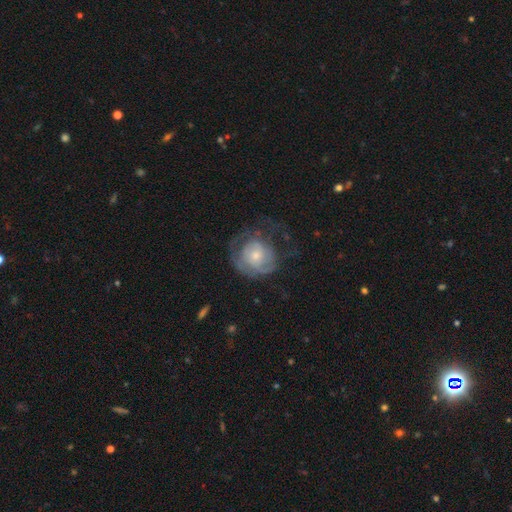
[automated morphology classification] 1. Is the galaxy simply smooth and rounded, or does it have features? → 62% featured or disk, 32% smooth, 7% star or artifact.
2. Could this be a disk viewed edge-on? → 97% no, 3% yes.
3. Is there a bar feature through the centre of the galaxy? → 78% no, 19% weak, 3% strong.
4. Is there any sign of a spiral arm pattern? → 73% yes, 27% no.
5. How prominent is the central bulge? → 49% small, 41% moderate, 5% large, 3% none, 1% dominant.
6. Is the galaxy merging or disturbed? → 43% none, 33% major disturbance, 22% minor disturbance, 2% merger.